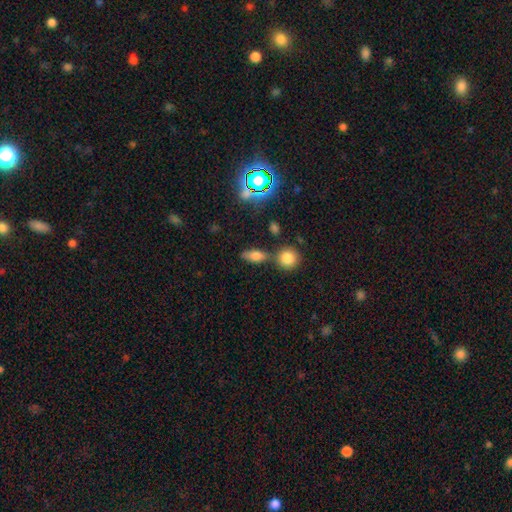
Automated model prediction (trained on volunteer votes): This appears to be a smooth galaxy with no disk features (70%) that is in between round and cigar-shaped (69%). Merging: none (65%).